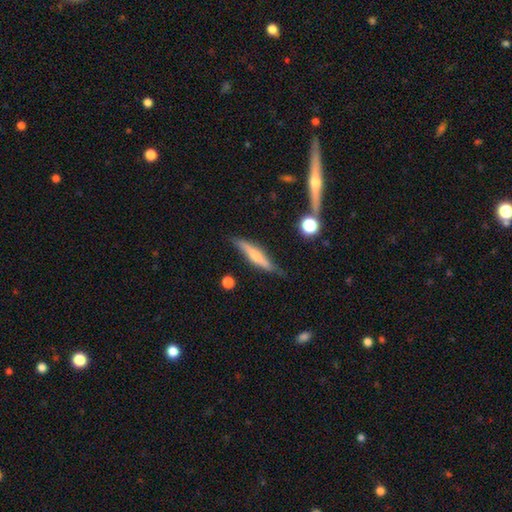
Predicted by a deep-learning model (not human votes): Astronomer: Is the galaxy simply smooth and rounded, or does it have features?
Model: featured or disk — 48% (runner-up: smooth, 45%).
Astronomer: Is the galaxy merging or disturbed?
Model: none — 75%.